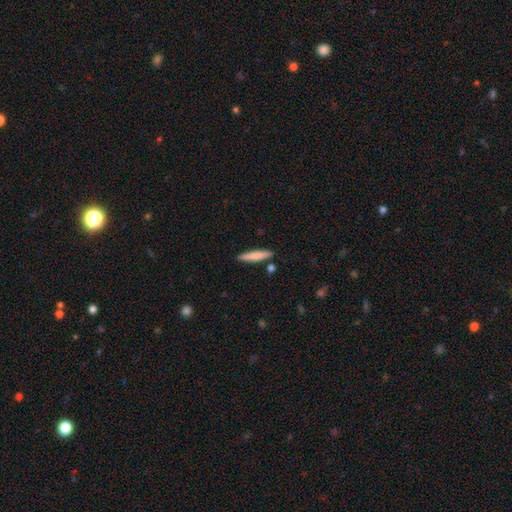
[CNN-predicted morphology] Smooth or featured: smooth — 75% (featured or disk — 20%)
How rounded: cigar-shaped — 89% (in between — 10%)
Merging: none — 86% (minor disturbance — 9%)